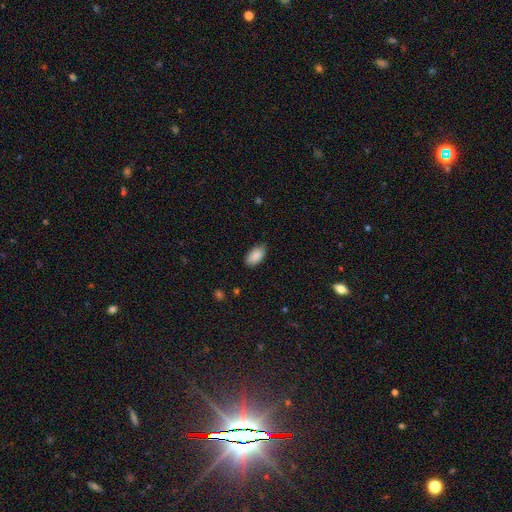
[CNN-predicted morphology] type=smooth (88%); roundness=in between (94%); merging=none (77%).